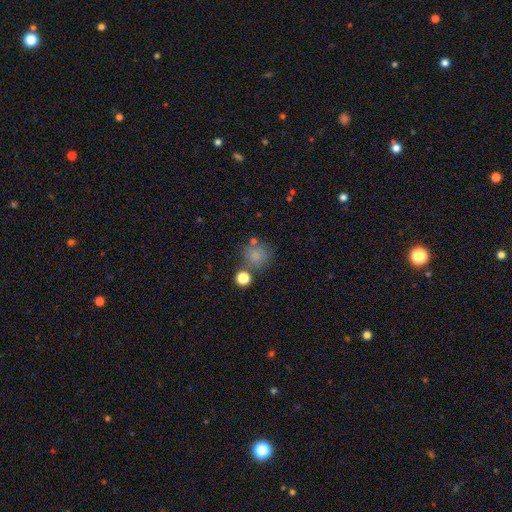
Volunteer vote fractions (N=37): This appears to be a smooth galaxy with no disk features (78%) that is round (83%). Merging: none (59%).